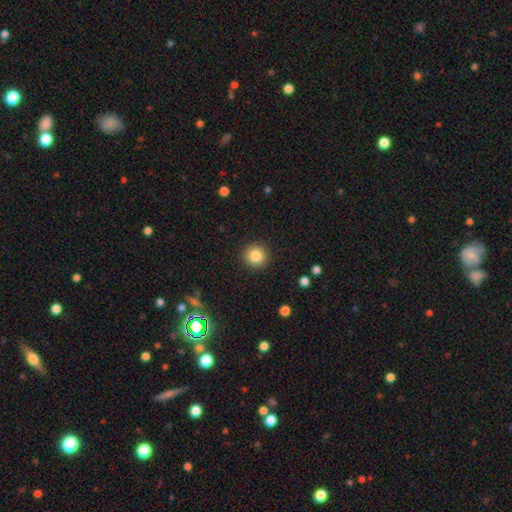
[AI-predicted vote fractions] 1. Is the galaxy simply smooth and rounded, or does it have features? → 84% smooth, 11% star or artifact, 6% featured or disk.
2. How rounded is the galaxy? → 93% round, 6% in between, 1% cigar-shaped.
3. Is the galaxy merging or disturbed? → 91% none, 6% minor disturbance, 2% major disturbance, 1% merger.